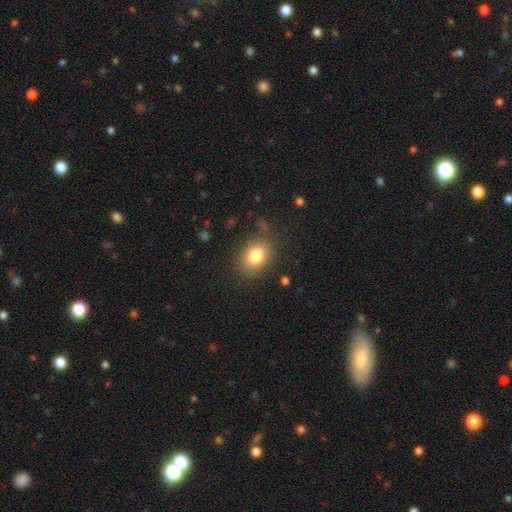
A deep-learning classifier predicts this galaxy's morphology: A smooth galaxy with no disk features (81%) that is in between round and cigar-shaped (70%). Merging: none (80%).